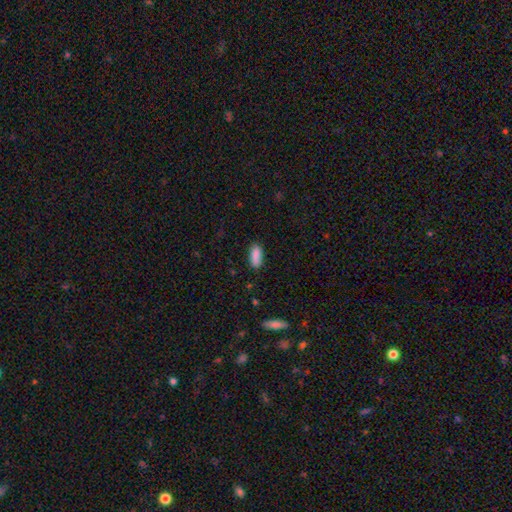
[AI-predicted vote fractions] Morphology: type=smooth (88%); roundness=in between (72%); merging=none (82%).